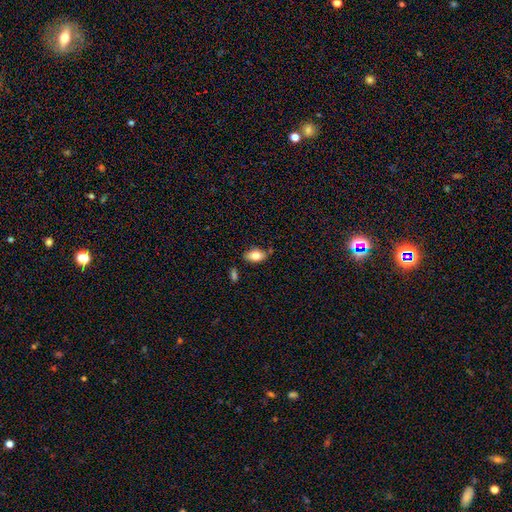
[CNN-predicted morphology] This is likely a smooth galaxy (79%). How rounded: clearly in between (90%). Merging: likely none (76%).